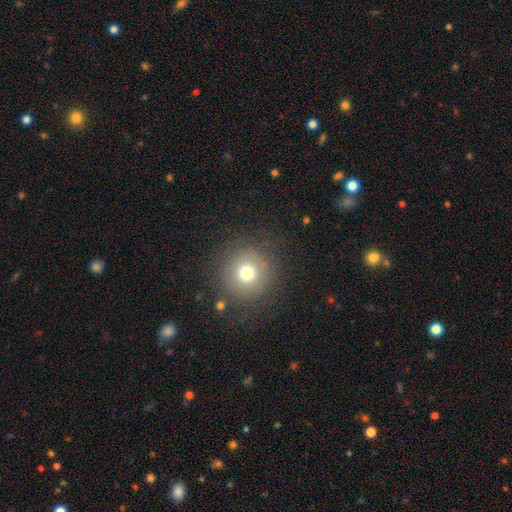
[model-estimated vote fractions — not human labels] The model was most divided on "smooth or featured": smooth: 62%, star or artifact: 29%, featured or disk: 10%. More confident: how rounded — round (95%); merging — none (90%).